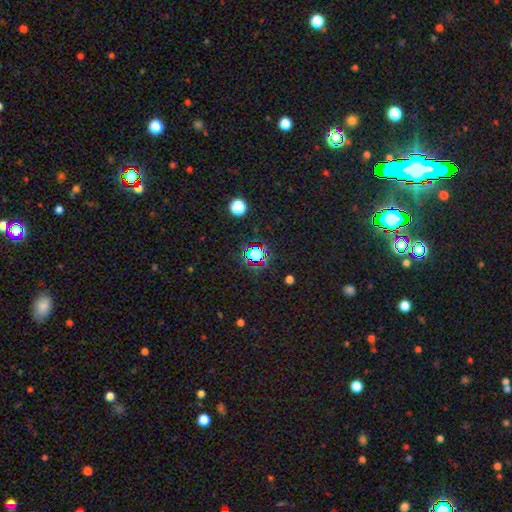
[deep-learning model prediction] A star or artifact, not a galaxy (69%).

Vote fractions:
- Smooth or featured? star or artifact: 69% / smooth: 22% / featured or disk: 10%